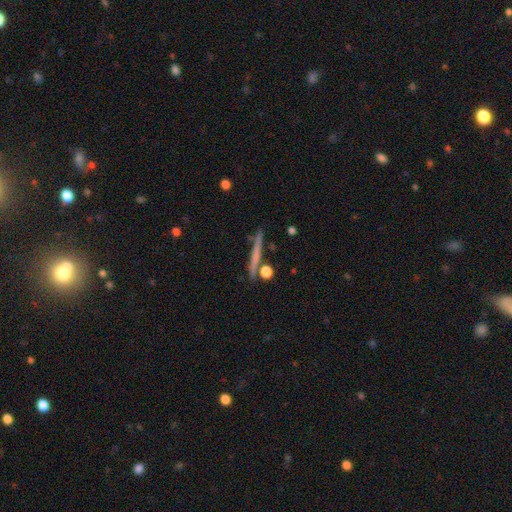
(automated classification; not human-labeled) smooth-or-featured: smooth: 47% | featured or disk: 45% | star or artifact: 8%
  merging: none: 83% | minor disturbance: 9% | merger: 5% | major disturbance: 2%